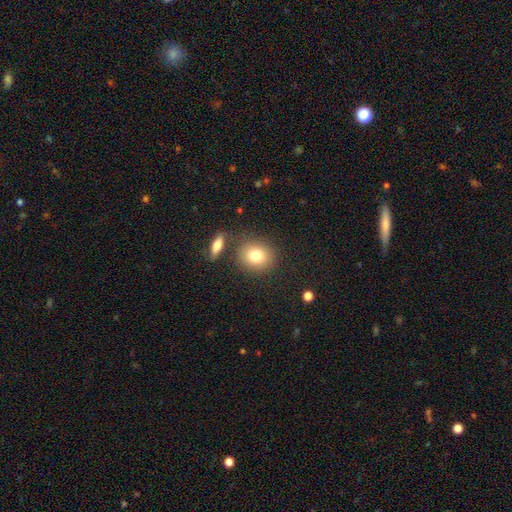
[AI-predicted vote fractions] A smooth galaxy with no disk features (79%) that is round (71%).

Vote fractions:
- Smooth or featured? smooth: 79% / featured or disk: 11% / star or artifact: 10%
- How rounded? round: 71% / in between: 28% / cigar-shaped: 1%
- Merging? none: 79% / minor disturbance: 10% / merger: 9% / major disturbance: 3%